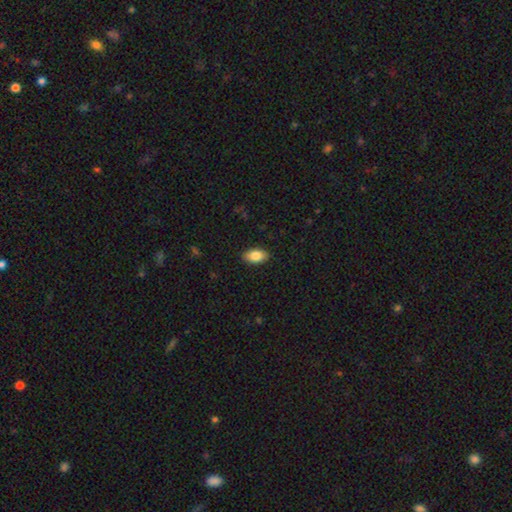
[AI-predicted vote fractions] Smooth or featured: smooth — 84% (featured or disk — 9%)
How rounded: in between — 92% (round — 5%)
Merging: none — 88% (minor disturbance — 9%)